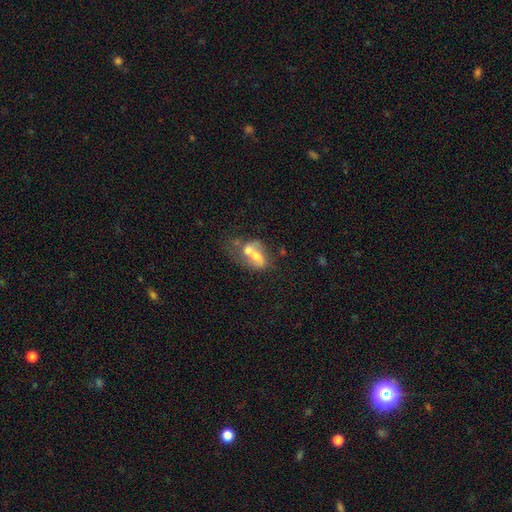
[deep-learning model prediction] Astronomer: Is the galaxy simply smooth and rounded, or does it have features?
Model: featured or disk — 46% (runner-up: smooth, 43%).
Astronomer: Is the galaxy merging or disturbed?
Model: merger — 62%.